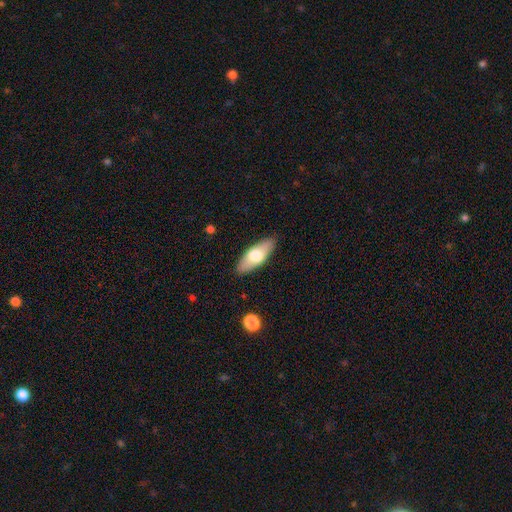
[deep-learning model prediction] Smooth or featured: smooth — 64% (featured or disk — 30%)
How rounded: in between — 74% (cigar-shaped — 24%)
Merging: none — 87% (minor disturbance — 10%)